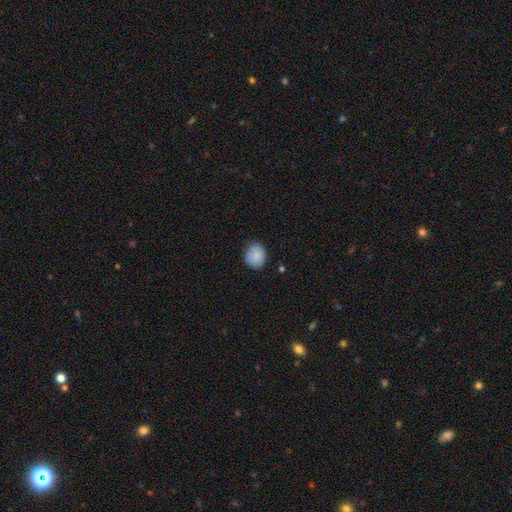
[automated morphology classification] Q: Smooth or featured?
A: smooth (85%); runner-up: star or artifact (8%)
Q: How rounded?
A: round (65%); runner-up: in between (34%)
Q: Merging?
A: none (77%); runner-up: minor disturbance (18%)